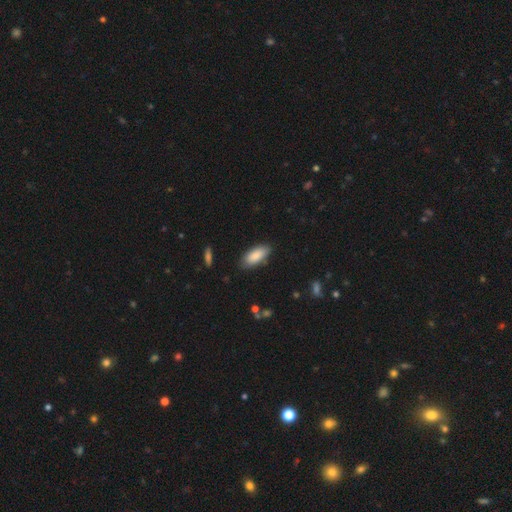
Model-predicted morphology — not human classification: A smooth galaxy with no disk features (87%) that is in between round and cigar-shaped (86%). Merging: none (82%).